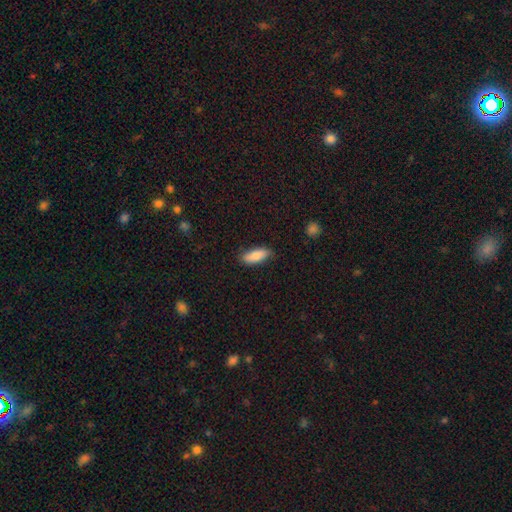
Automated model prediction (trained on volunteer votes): Q: Smooth or featured?
A: smooth (85%); runner-up: featured or disk (9%)
Q: How rounded?
A: in between (76%); runner-up: cigar-shaped (22%)
Q: Merging?
A: none (81%); runner-up: minor disturbance (15%)